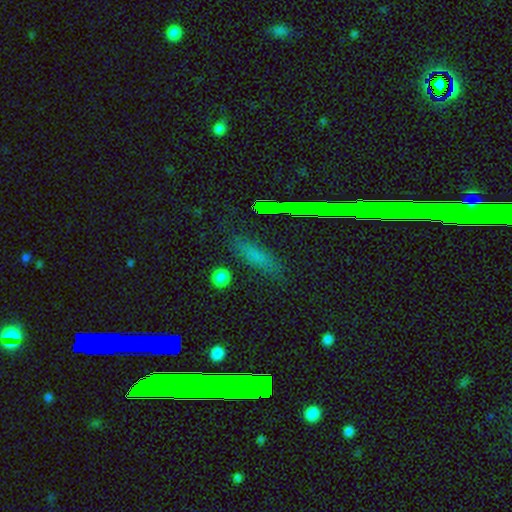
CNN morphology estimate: This is possibly a smooth galaxy (55%). How rounded: possibly cigar-shaped (47%). Merging: clearly none (82%).